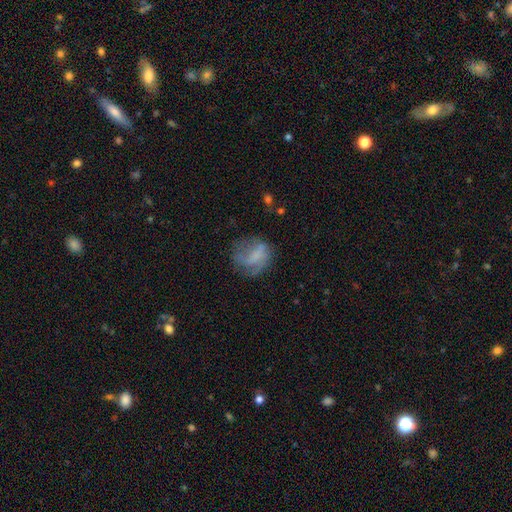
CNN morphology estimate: A smooth galaxy with no disk features (53%) that is round (59%). Merging: none (47%).